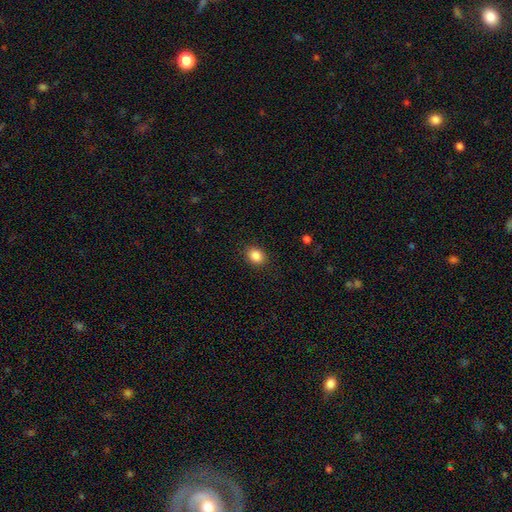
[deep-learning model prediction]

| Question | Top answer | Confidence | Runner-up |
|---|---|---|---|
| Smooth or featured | smooth | 87% | star or artifact (9%) |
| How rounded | round | 55% | in between (45%) |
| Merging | none | 89% | minor disturbance (8%) |